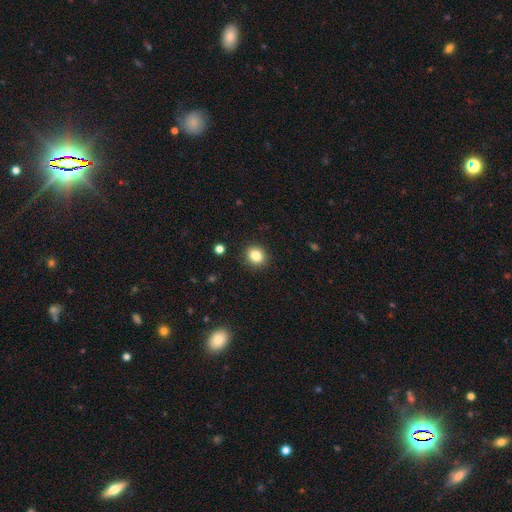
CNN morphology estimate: A smooth galaxy with no disk features (83%) that is round (68%). Merging: none (89%).